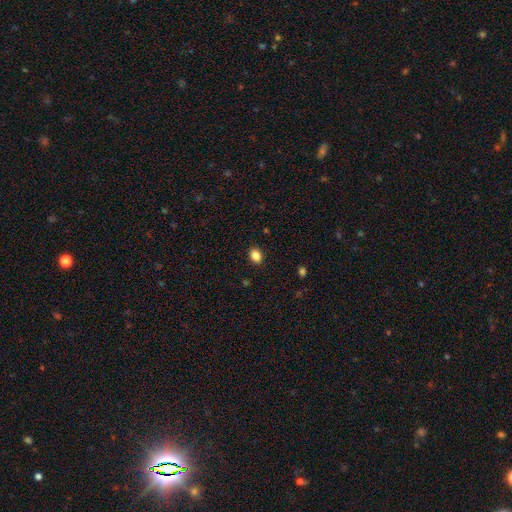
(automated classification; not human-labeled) Overall: smooth (86%). How rounded: in between (69%; round 30%). Merging: none (89%).